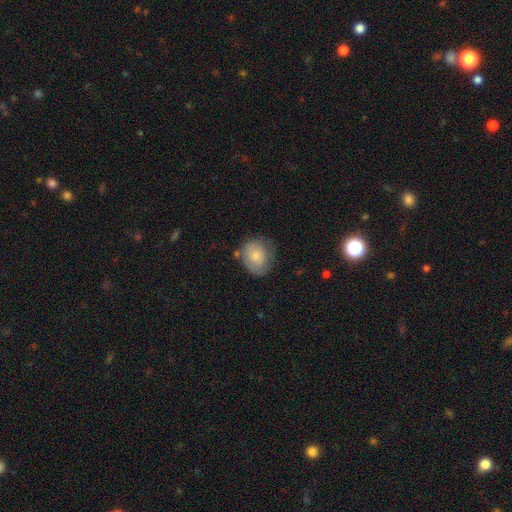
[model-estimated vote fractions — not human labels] Morphology: type=smooth (77%); roundness=round (63%); merging=none (59%).